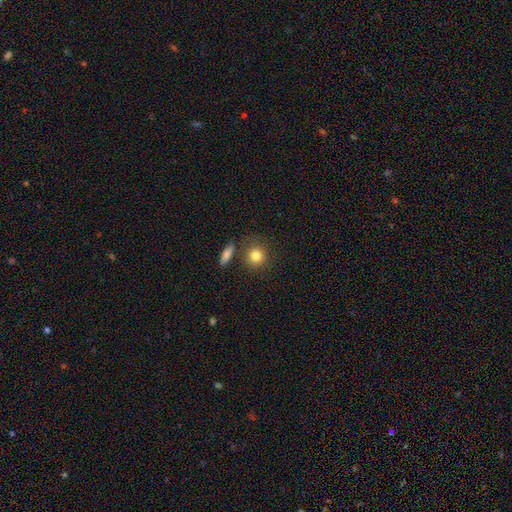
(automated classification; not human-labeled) smooth-or-featured: smooth: 82% | star or artifact: 10% | featured or disk: 9%
  how-rounded: round: 86% | in between: 12% | cigar-shaped: 2%
  merging: none: 75% | minor disturbance: 11% | merger: 10% | major disturbance: 4%